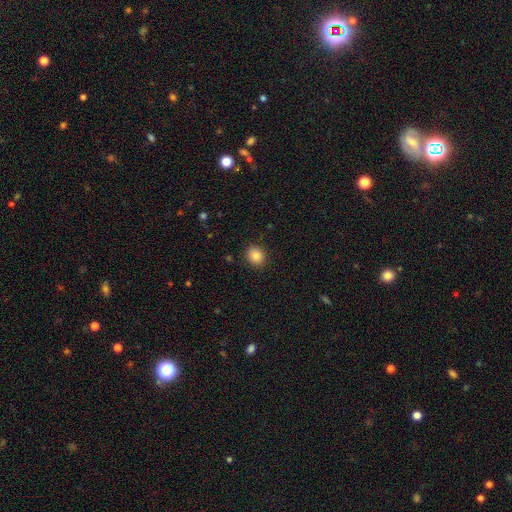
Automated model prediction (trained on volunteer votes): Smooth or featured: smooth — 84% (star or artifact — 10%)
How rounded: round — 81% (in between — 18%)
Merging: none — 90% (minor disturbance — 7%)